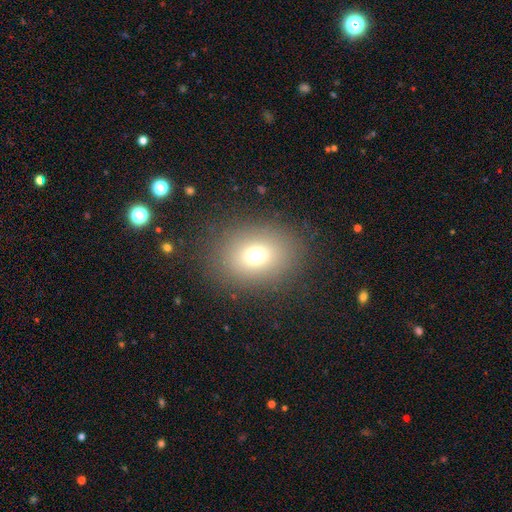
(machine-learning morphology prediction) Smooth or featured?
  - smooth: 71% *
  - star or artifact: 17%
  - featured or disk: 12%
How rounded?
  - in between: 50% *
  - round: 49%
  - cigar-shaped: 1%
Merging?
  - none: 85% *
  - minor disturbance: 9%
  - major disturbance: 6%
  - merger: 1%